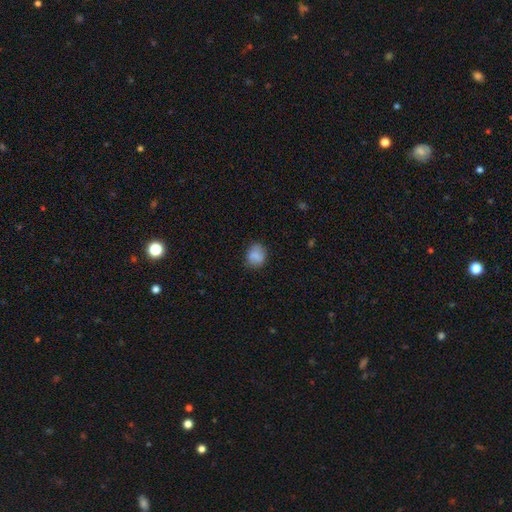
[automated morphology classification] smooth 84%, star or artifact 9%, featured or disk 7%. Down the decision tree: how rounded — round (66%); merging — none (77%).